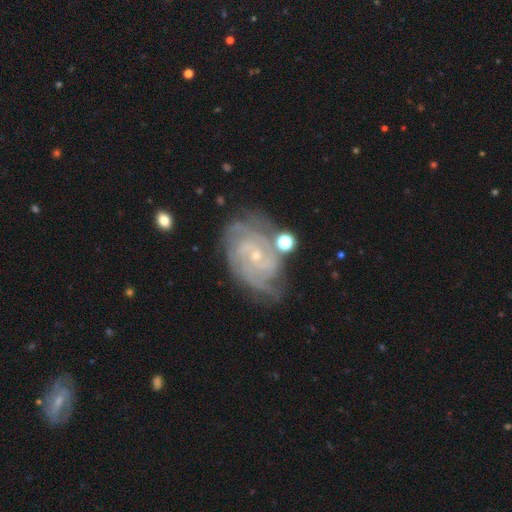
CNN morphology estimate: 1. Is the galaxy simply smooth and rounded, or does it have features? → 86% featured or disk, 7% smooth, 6% star or artifact.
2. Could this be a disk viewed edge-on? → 97% no, 3% yes.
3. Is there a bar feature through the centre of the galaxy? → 69% no, 25% weak, 6% strong.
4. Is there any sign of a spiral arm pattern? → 96% yes, 4% no.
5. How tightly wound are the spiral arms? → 72% tight, 23% medium, 5% loose.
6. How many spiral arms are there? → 32% can't tell, 18% 3, 18% 2, 18% 4, 8% more than 4, 6% 1.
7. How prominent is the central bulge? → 84% small, 13% moderate, 2% none, 1% large, 1% dominant.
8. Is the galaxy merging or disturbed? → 67% none, 20% minor disturbance, 8% major disturbance, 5% merger.